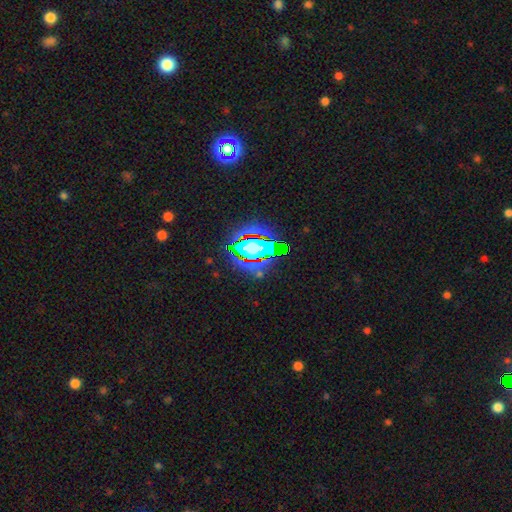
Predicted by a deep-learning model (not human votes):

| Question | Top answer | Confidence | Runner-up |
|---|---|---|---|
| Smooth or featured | star or artifact | 80% | smooth (11%) |